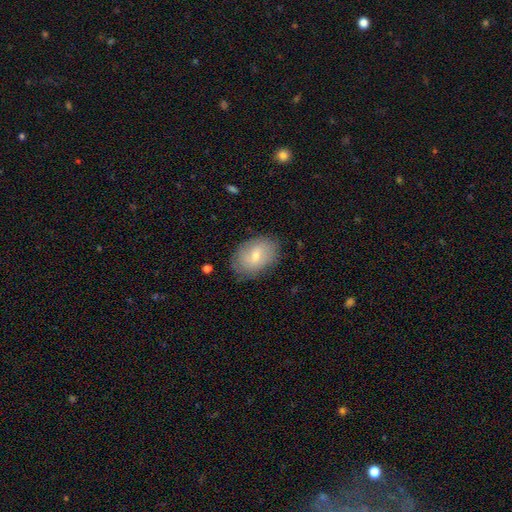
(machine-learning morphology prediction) type=smooth (62%); roundness=in between (82%); merging=none (79%).